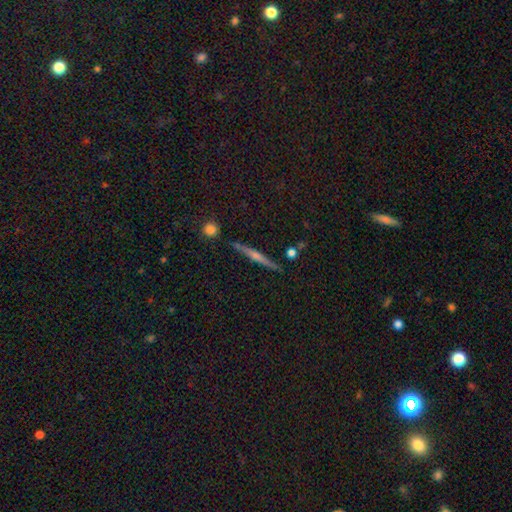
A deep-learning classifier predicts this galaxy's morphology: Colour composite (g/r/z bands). It shows a featured or disk galaxy (64%) viewed edge-on (97%) with a rounded central bulge (60%). Merging: none (87%).